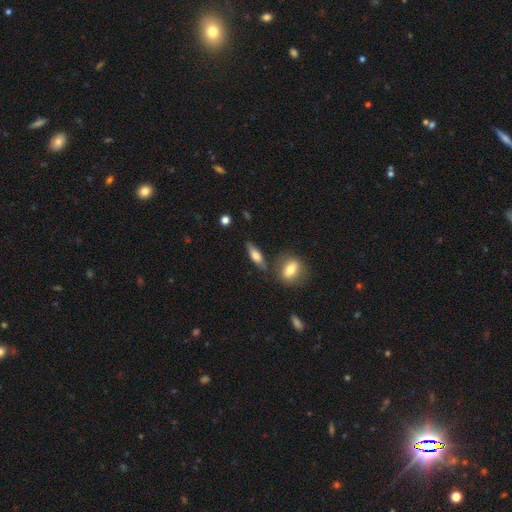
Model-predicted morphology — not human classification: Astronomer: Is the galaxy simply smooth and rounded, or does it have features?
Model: smooth — 67%.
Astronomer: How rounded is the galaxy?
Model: in between — 55% (runner-up: cigar-shaped, 41%).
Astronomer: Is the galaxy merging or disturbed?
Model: none — 70%.